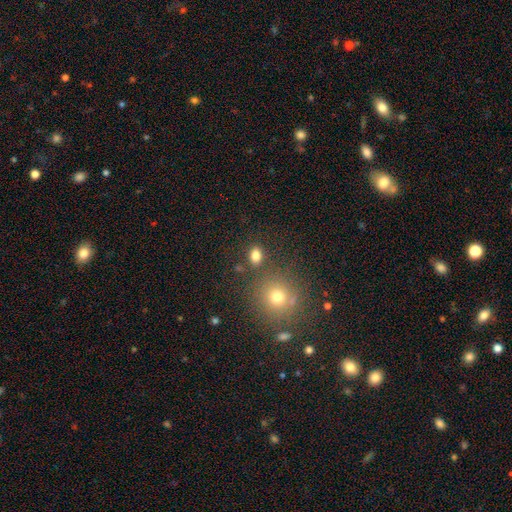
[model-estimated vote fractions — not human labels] Smooth or featured: smooth — 80% (star or artifact — 14%)
How rounded: in between — 68% (round — 31%)
Merging: none — 77% (minor disturbance — 11%)